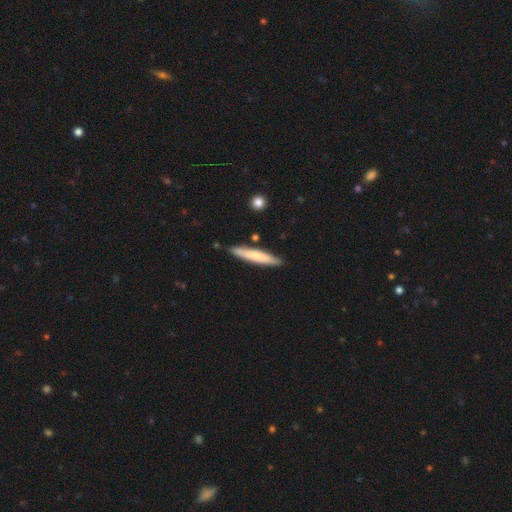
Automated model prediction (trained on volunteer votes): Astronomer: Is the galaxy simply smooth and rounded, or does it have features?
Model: smooth — 67%.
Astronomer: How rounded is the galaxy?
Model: cigar-shaped — 91%.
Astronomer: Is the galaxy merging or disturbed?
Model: none — 85%.